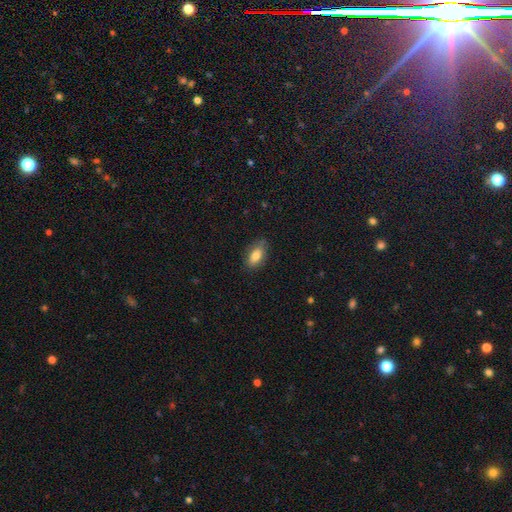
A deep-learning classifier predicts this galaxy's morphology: type=smooth (81%); roundness=in between (90%); merging=none (78%).